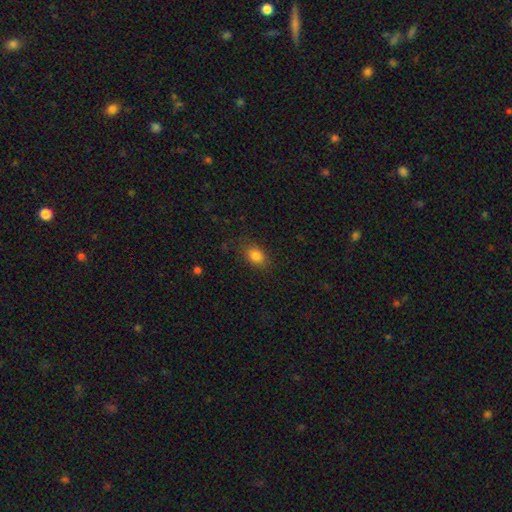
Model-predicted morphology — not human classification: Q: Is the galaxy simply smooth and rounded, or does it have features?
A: smooth — 83%.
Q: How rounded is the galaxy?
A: in between — 75%.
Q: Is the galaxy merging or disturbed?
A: none — 79%.